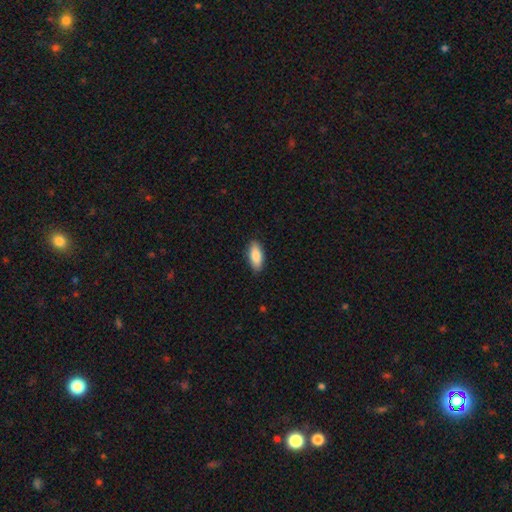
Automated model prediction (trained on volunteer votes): A smooth galaxy with no disk features (85%) that is in between round and cigar-shaped (81%).

Vote fractions:
- Smooth or featured? smooth: 85% / featured or disk: 9% / star or artifact: 6%
- How rounded? in between: 81% / cigar-shaped: 17% / round: 2%
- Merging? none: 88% / minor disturbance: 9% / major disturbance: 2% / merger: 1%